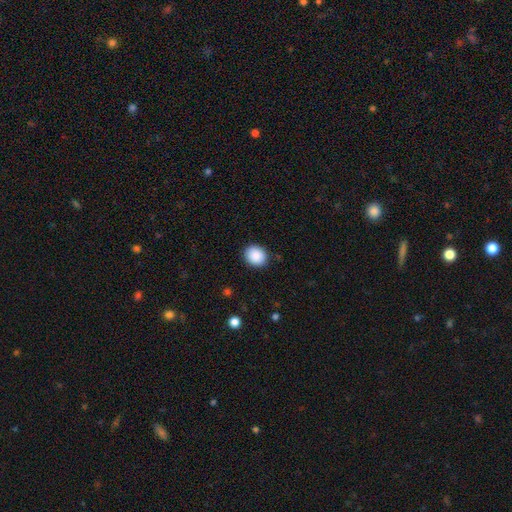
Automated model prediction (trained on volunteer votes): Smooth or featured: smooth — 90% (star or artifact — 8%)
How rounded: round — 66% (in between — 34%)
Merging: none — 89% (minor disturbance — 7%)